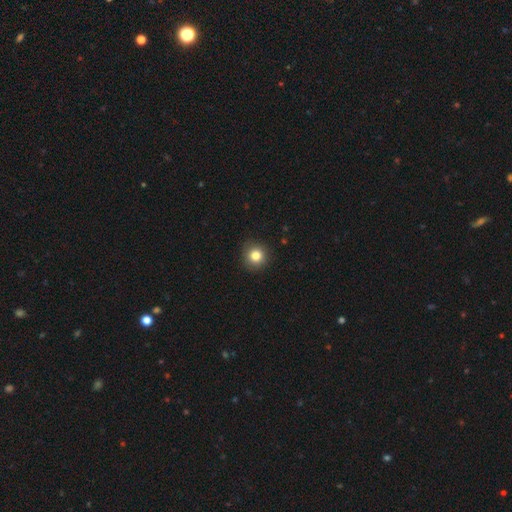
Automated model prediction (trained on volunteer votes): Morphology: type=smooth (83%); roundness=round (93%); merging=none (90%).